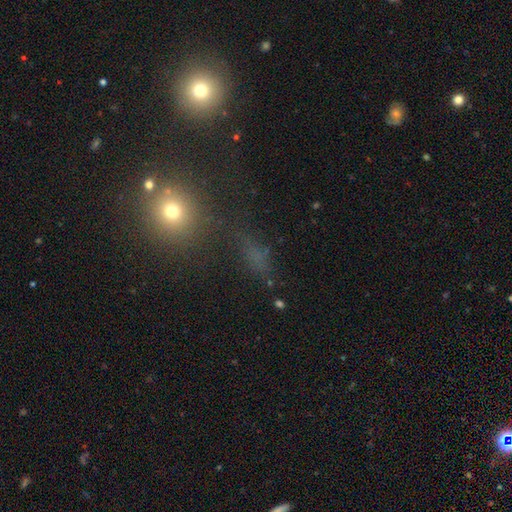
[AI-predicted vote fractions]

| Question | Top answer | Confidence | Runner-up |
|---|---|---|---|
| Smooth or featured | smooth | 43% | star or artifact (42%) |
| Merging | none | 59% | major disturbance (17%) |